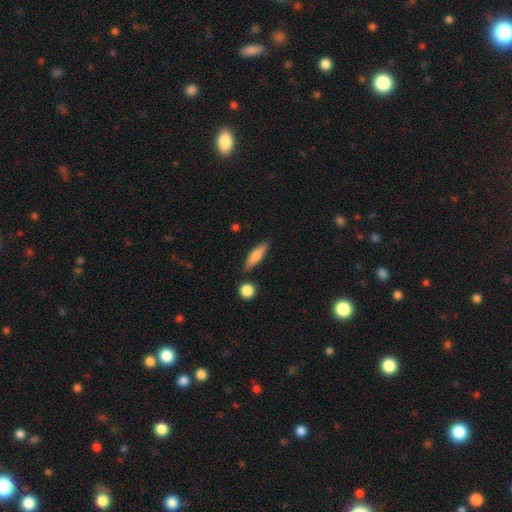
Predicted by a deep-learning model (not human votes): Morphology: type=smooth (69%); roundness=cigar-shaped (63%); merging=none (84%).